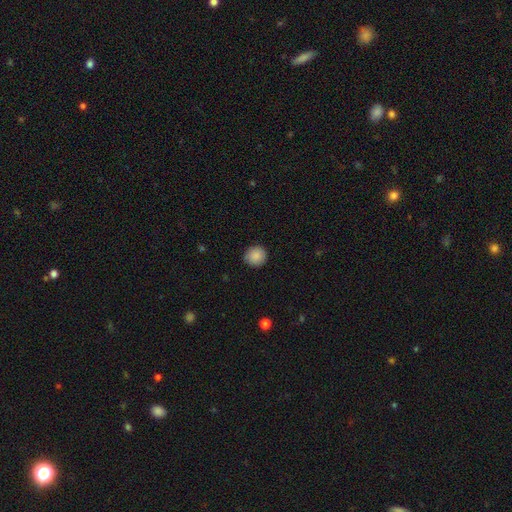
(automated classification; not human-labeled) Overall: smooth (88%). How rounded: round (92%). Merging: none (89%).